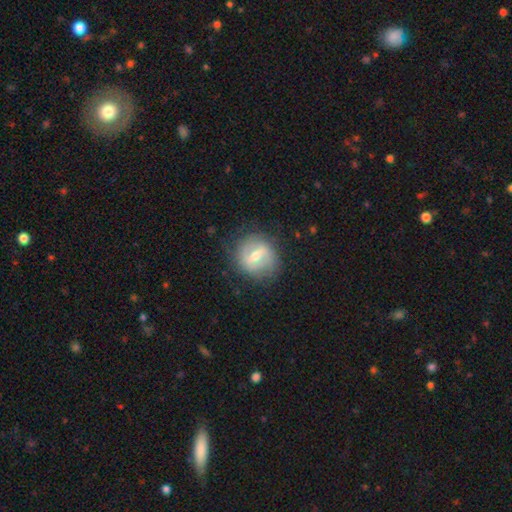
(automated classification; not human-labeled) Smooth or featured: featured or disk — 69% (smooth — 25%)
Edge-on disk: no — 95% (yes — 5%)
Bar: weak — 46% (strong — 43%)
Spiral arms: yes — 68% (no — 32%)
Bulge size: moderate — 65% (small — 28%)
Merging: none — 76% (minor disturbance — 16%)